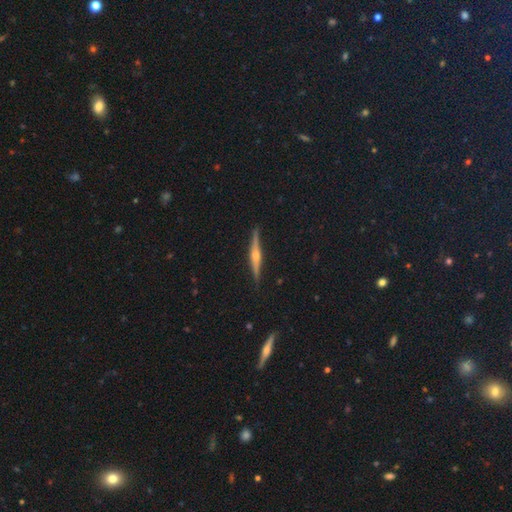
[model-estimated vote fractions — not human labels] A featured or disk galaxy (78%) viewed edge-on (98%) with a rounded central bulge (86%). Merging: none (90%).